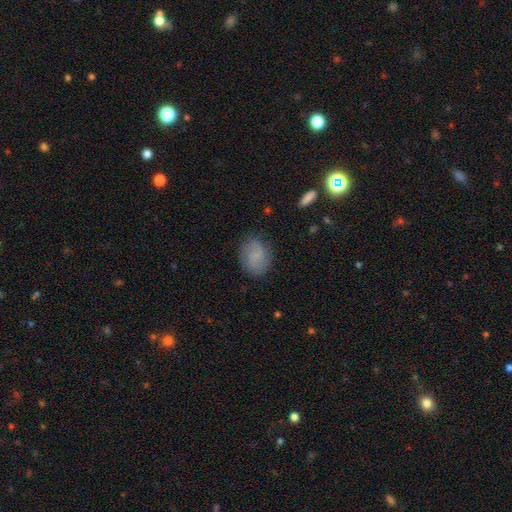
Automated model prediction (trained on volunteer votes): smooth 62%, featured or disk 28%, star or artifact 10%. Down the decision tree: how rounded — round (52%); merging — none (79%).